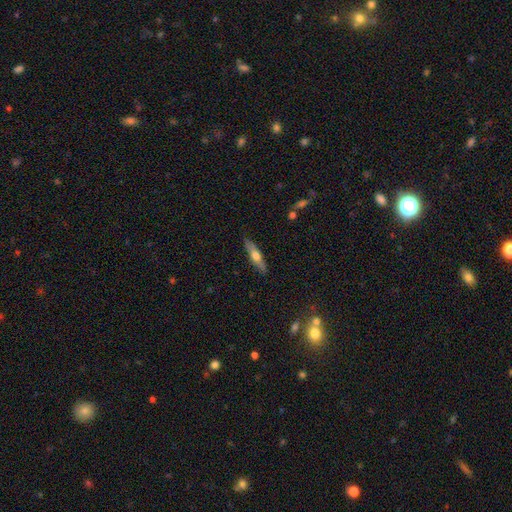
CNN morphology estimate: The model was most divided on "smooth or featured": smooth: 51%, featured or disk: 43%, star or artifact: 6%. More confident: merging — none (87%); how rounded — cigar-shaped (75%).